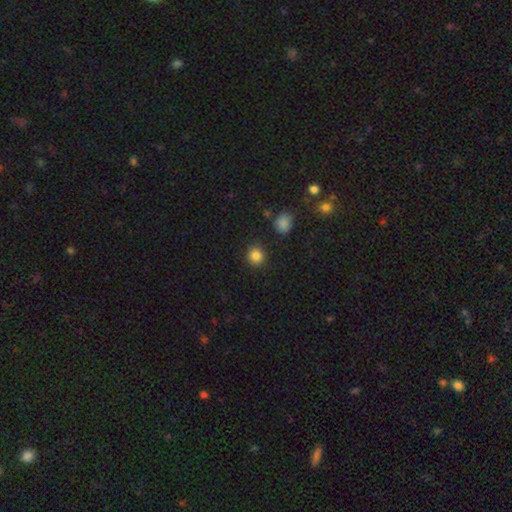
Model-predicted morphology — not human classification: A smooth galaxy with no disk features (85%) that is round (90%).

Vote fractions:
- Smooth or featured? smooth: 85% / star or artifact: 11% / featured or disk: 4%
- How rounded? round: 90% / in between: 9% / cigar-shaped: 1%
- Merging? none: 90% / minor disturbance: 6% / major disturbance: 2% / merger: 2%